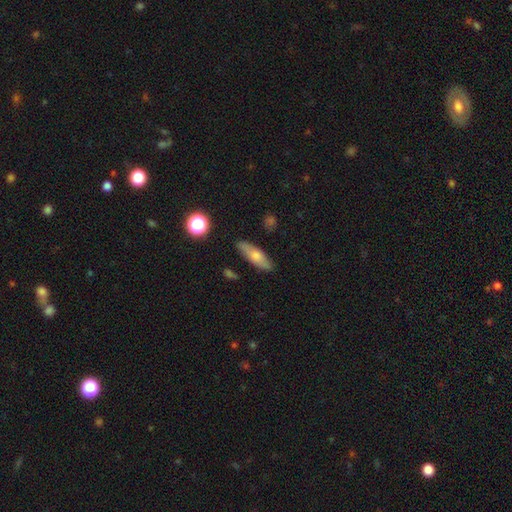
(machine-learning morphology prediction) Overall: smooth (64%; featured or disk 29%). How rounded: in between (48%, tied with cigar-shaped). Merging: none (83%).